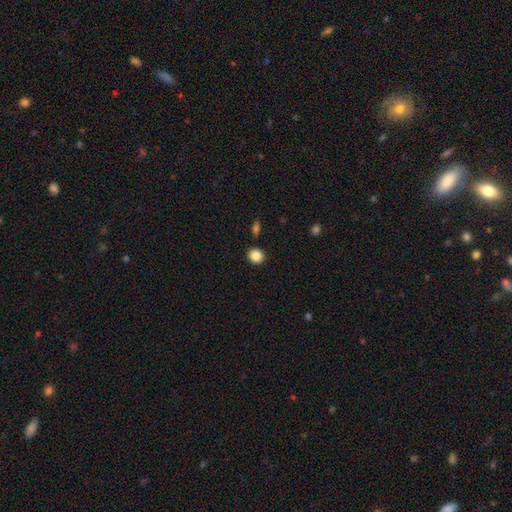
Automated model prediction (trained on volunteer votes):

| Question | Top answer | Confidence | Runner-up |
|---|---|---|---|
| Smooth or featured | smooth | 86% | star or artifact (9%) |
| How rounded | round | 81% | in between (18%) |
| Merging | none | 89% | minor disturbance (6%) |